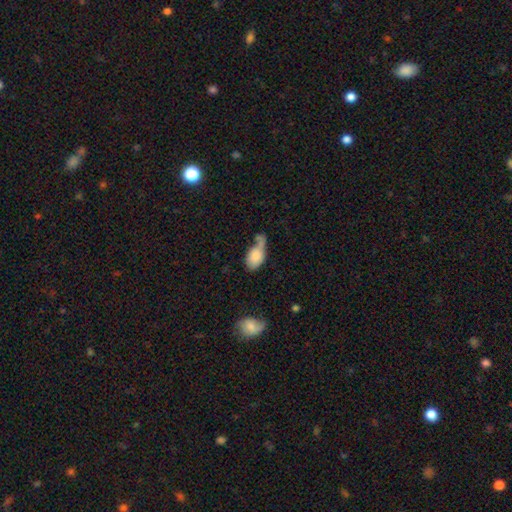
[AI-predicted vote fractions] Morphology: type=smooth (79%); roundness=in between (88%); merging=merger (33%).